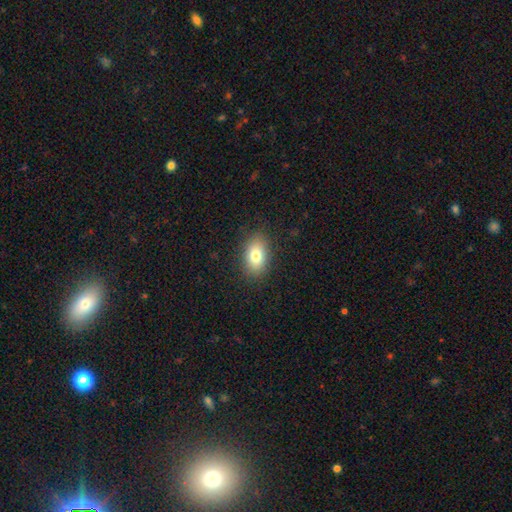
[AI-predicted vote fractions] smooth 78%, featured or disk 13%, star or artifact 9%. Down the decision tree: how rounded — in between (87%); merging — none (87%).